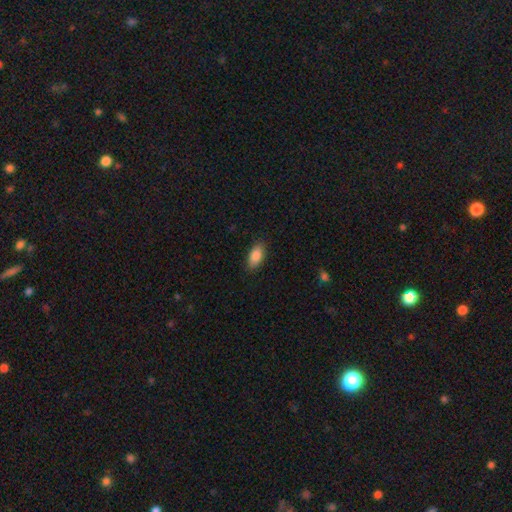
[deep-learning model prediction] Smooth or featured?
  - smooth: 87% *
  - star or artifact: 7%
  - featured or disk: 6%
How rounded?
  - in between: 91% *
  - cigar-shaped: 6%
  - round: 3%
Merging?
  - none: 87% *
  - minor disturbance: 10%
  - major disturbance: 2%
  - merger: 1%